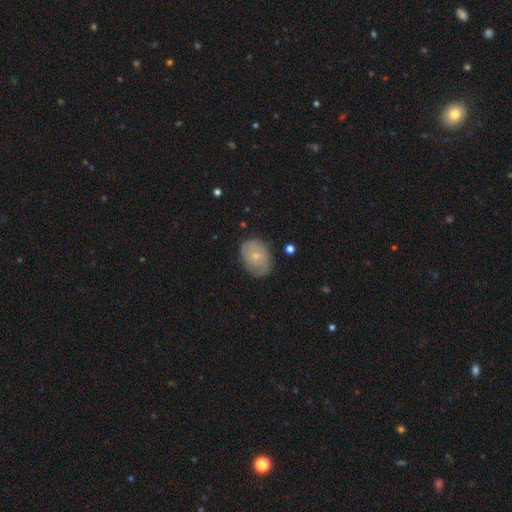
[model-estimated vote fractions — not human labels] A smooth galaxy with no disk features (51%) that is in between round and cigar-shaped (69%).

Vote fractions:
- Smooth or featured? smooth: 51% / featured or disk: 42% / star or artifact: 7%
- How rounded? in between: 69% / round: 29% / cigar-shaped: 1%
- Merging? none: 76% / minor disturbance: 18% / major disturbance: 4% / merger: 1%